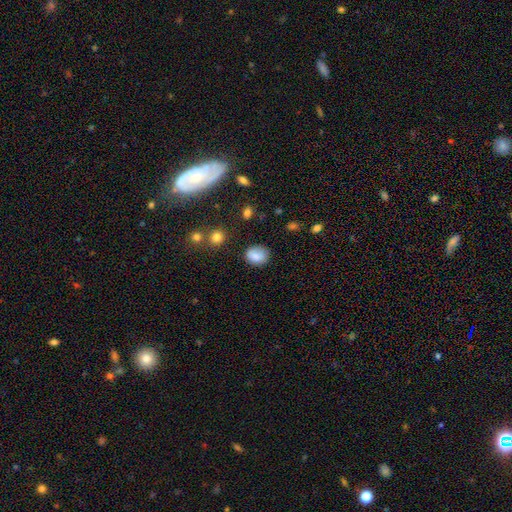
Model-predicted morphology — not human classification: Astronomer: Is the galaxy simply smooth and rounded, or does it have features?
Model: smooth — 83%.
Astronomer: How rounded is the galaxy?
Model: in between — 50% (runner-up: round, 49%).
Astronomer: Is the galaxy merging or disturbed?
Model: none — 75%.